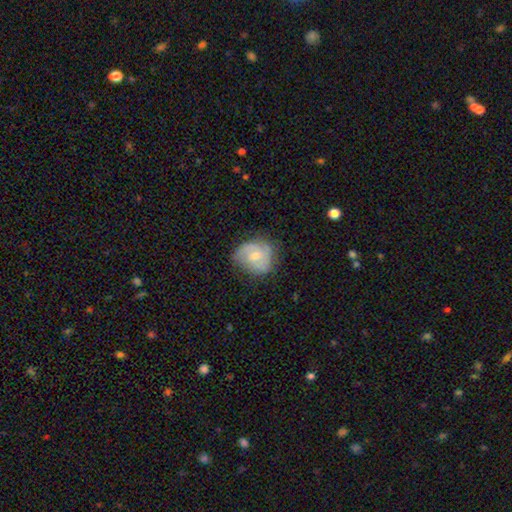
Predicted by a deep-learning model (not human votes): A featured or disk galaxy (53%) with no bar (64%), spiral arms (79%) and a moderate central bulge (57%).

Vote fractions:
- Smooth or featured? featured or disk: 53% / smooth: 40% / star or artifact: 7%
- Edge-on disk? no: 97% / yes: 3%
- Bar? no: 64% / weak: 31% / strong: 5%
- Spiral arms? yes: 79% / no: 21%
- Bulge size? moderate: 57% / small: 36% / large: 3% / none: 3% / dominant: 1%
- Merging? none: 61% / minor disturbance: 28% / major disturbance: 9% / merger: 1%